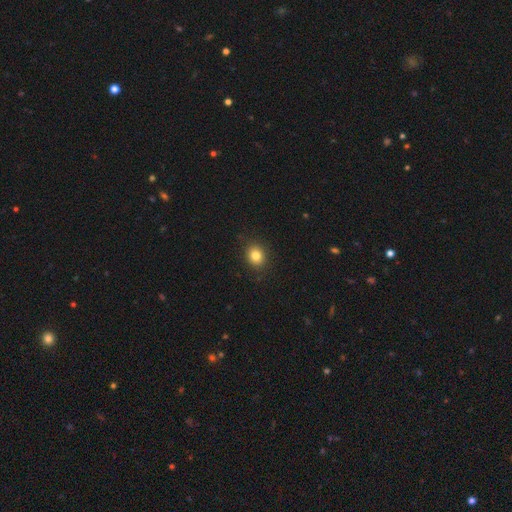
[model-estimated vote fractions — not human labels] A smooth galaxy with no disk features (82%) that is round (69%). Merging: none (89%).